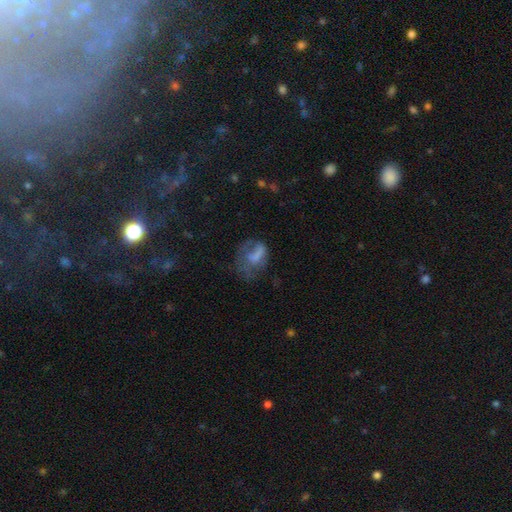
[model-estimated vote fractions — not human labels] Smooth or featured? smooth (54%)
How rounded? in between (67%)
Merging? major disturbance (42%)